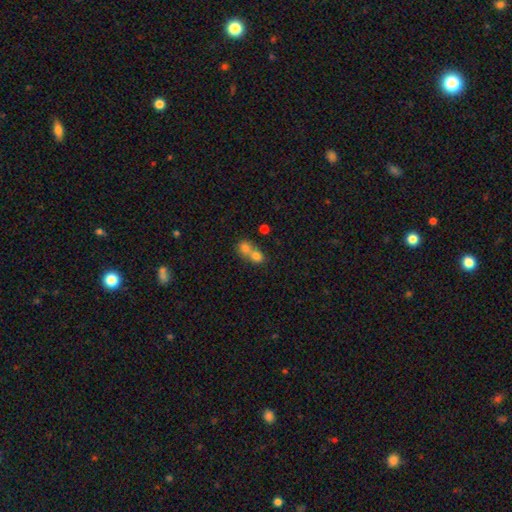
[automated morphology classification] Smooth or featured? Predicted: smooth (p=0.76). How rounded? Predicted: round (p=0.66). Merging? Predicted: merger (p=0.72).